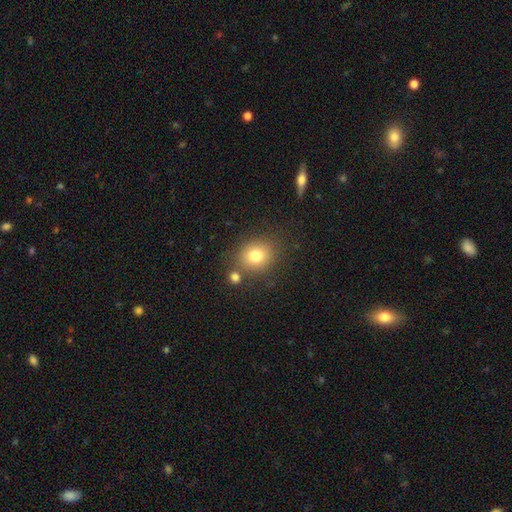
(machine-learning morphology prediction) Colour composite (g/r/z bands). It shows a smooth galaxy with no disk features (79%) that is round (66%). Merging: none (75%).